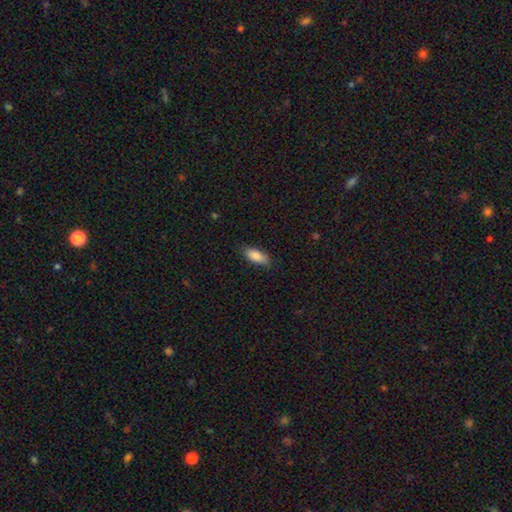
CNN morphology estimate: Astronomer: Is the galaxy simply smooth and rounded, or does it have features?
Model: smooth — 84%.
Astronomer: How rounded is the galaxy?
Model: in between — 82%.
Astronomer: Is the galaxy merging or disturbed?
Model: none — 80%.